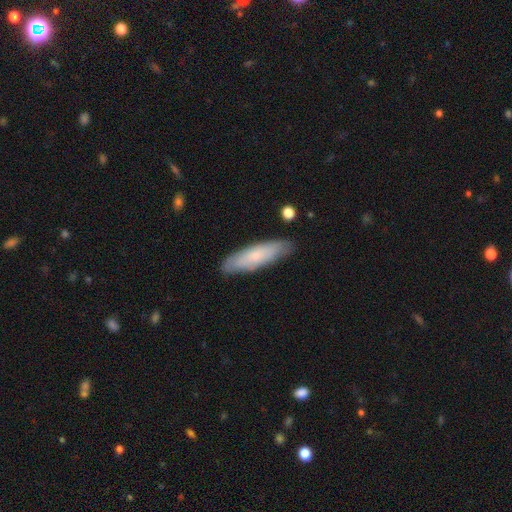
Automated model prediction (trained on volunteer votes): smooth-or-featured: smooth: 67% | featured or disk: 27% | star or artifact: 6%
  how-rounded: cigar-shaped: 65% | in between: 33% | round: 2%
  merging: none: 85% | minor disturbance: 12% | major disturbance: 2% | merger: 1%